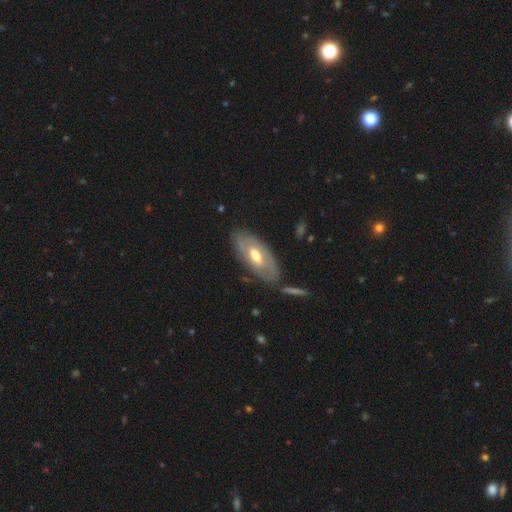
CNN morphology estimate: featured or disk 58%, smooth 37%, star or artifact 5%. Down the decision tree: edge-on disk — no (83%); merging — none (77%).